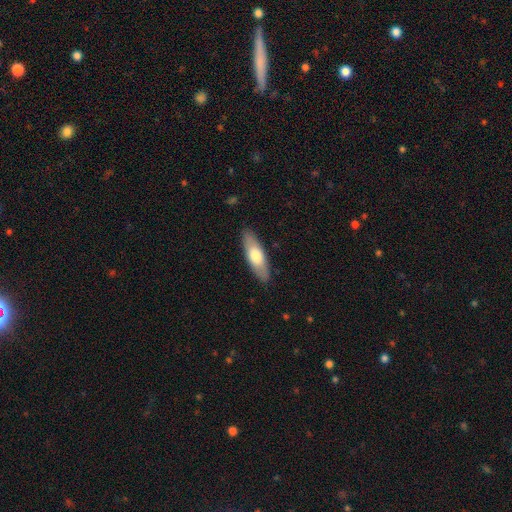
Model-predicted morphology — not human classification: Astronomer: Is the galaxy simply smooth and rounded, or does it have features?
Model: smooth — 66%.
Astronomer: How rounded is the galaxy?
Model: in between — 55% (runner-up: cigar-shaped, 43%).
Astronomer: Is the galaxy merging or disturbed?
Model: none — 88%.